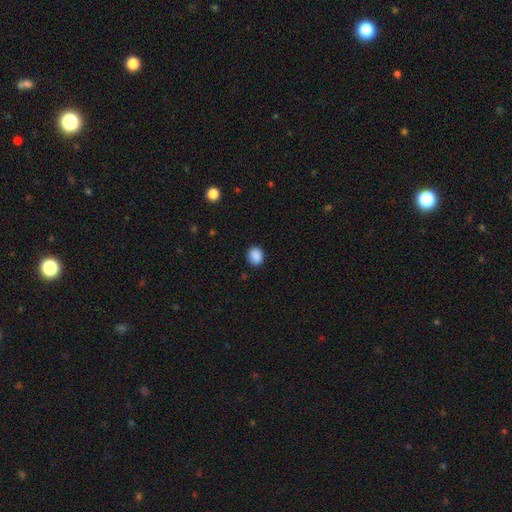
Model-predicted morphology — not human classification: A smooth galaxy with no disk features (88%) that is round (67%).

Vote fractions:
- Smooth or featured? smooth: 88% / star or artifact: 9% / featured or disk: 3%
- How rounded? round: 67% / in between: 33% / cigar-shaped: 1%
- Merging? none: 87% / minor disturbance: 9% / major disturbance: 2% / merger: 1%